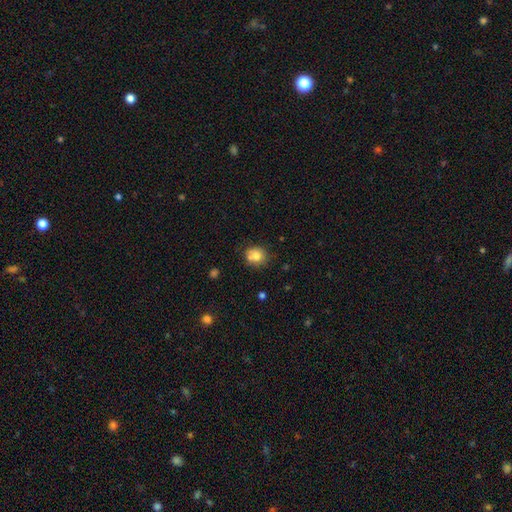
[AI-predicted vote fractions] Overall: smooth (75%). How rounded: round (75%). Merging: none (60%; merger 22%).